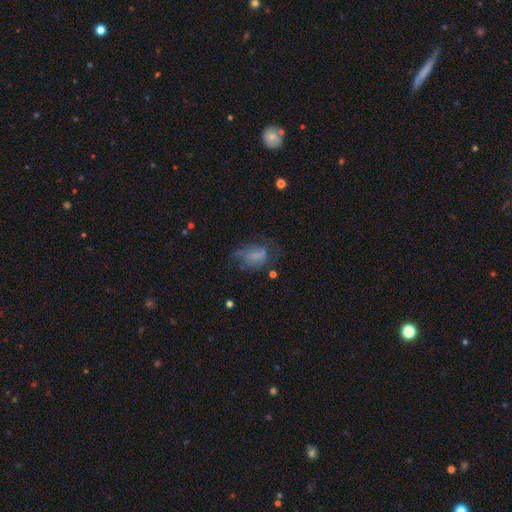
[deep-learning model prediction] Smooth or featured: smooth — 55% (featured or disk — 32%)
How rounded: in between — 81% (round — 17%)
Merging: none — 39% (major disturbance — 31%)